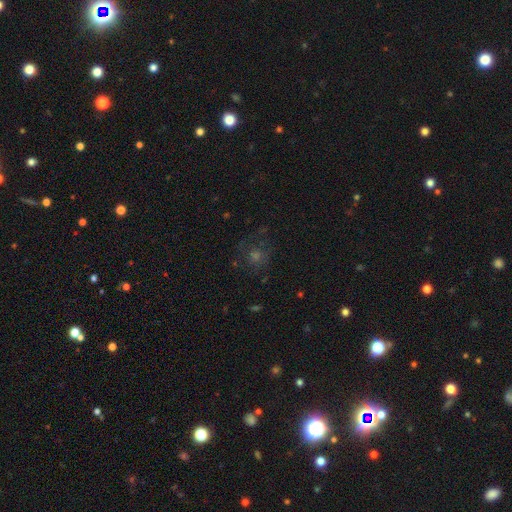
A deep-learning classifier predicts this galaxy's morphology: Smooth or featured? Predicted: smooth (p=0.39). Merging? Predicted: none (p=0.72).